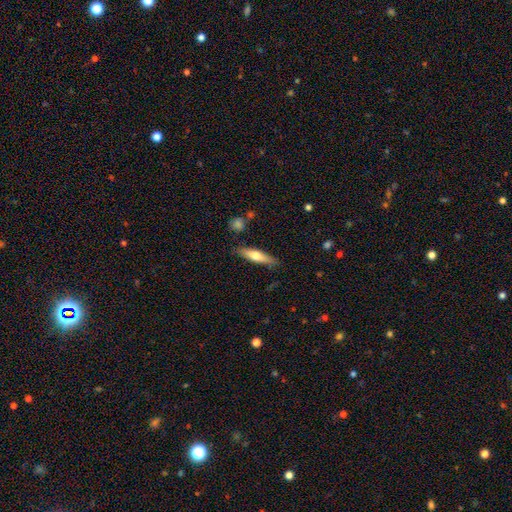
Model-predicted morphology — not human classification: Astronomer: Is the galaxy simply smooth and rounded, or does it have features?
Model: smooth — 58% (runner-up: featured or disk, 36%).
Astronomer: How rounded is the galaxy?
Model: cigar-shaped — 76%.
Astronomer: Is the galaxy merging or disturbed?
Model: none — 83%.